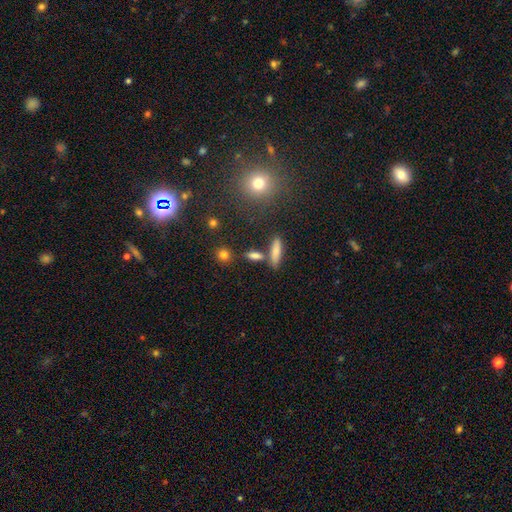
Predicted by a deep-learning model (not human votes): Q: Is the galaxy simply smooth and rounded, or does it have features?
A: smooth — 66%.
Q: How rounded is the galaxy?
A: cigar-shaped — 50%.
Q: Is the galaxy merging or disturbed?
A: none — 75%.